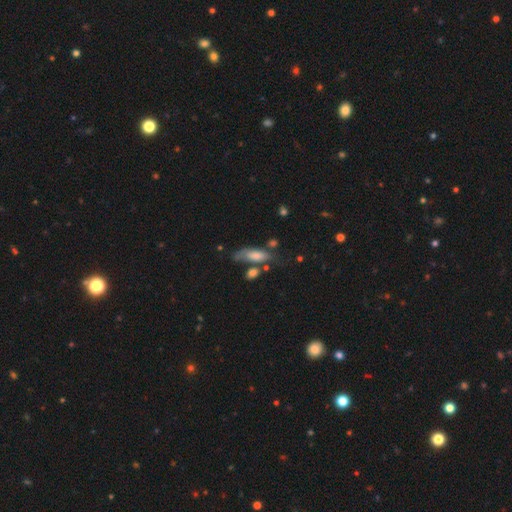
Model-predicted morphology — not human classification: This appears to be a smooth galaxy with no disk features (68%) that is in between round and cigar-shaped (70%). Merging: none (42%).